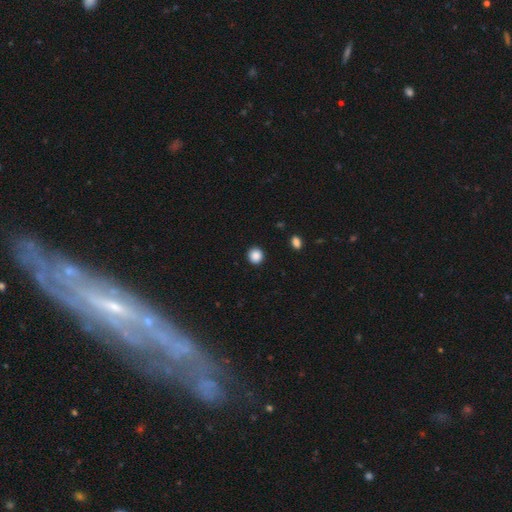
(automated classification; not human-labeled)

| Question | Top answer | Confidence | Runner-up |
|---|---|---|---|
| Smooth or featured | smooth | 88% | star or artifact (9%) |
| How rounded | round | 93% | in between (6%) |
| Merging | none | 92% | minor disturbance (5%) |